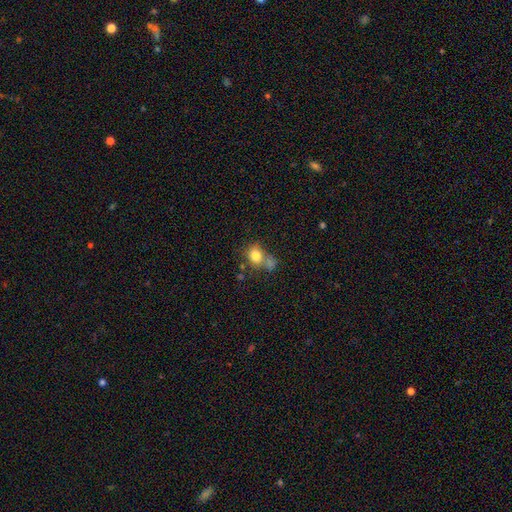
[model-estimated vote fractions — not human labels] A smooth galaxy with no disk features (80%) that is round (56%).

Vote fractions:
- Smooth or featured? smooth: 80% / star or artifact: 10% / featured or disk: 10%
- How rounded? round: 56% / in between: 43% / cigar-shaped: 1%
- Merging? none: 45% / merger: 31% / minor disturbance: 16% / major disturbance: 8%